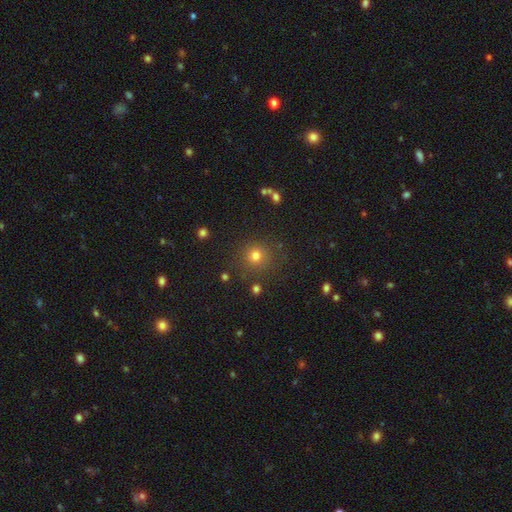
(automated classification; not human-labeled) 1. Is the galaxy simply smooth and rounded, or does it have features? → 76% smooth, 17% star or artifact, 7% featured or disk.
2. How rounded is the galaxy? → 92% round, 7% in between, 1% cigar-shaped.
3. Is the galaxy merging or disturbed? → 84% none, 8% minor disturbance, 4% major disturbance, 3% merger.